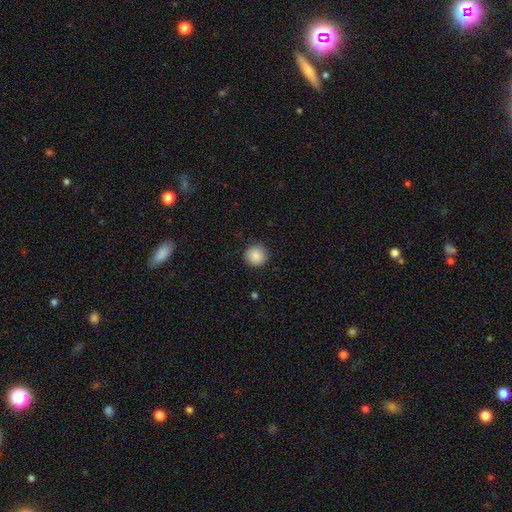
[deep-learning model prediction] Overall: smooth (88%). How rounded: round (93%). Merging: none (89%).